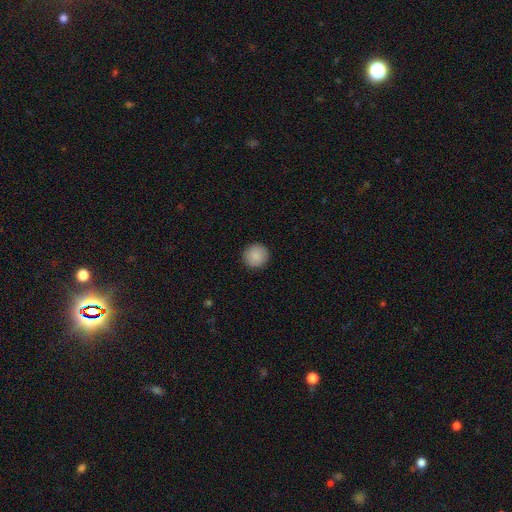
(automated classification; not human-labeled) smooth-or-featured: smooth: 88% | star or artifact: 7% | featured or disk: 5%
  how-rounded: round: 95% | in between: 4% | cigar-shaped: 1%
  merging: none: 92% | minor disturbance: 5% | major disturbance: 2% | merger: 1%